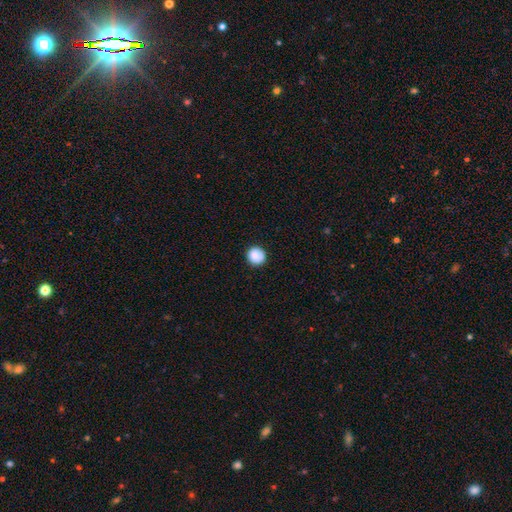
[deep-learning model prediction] This is clearly a smooth galaxy (87%). How rounded: clearly round (93%). Merging: clearly none (90%).